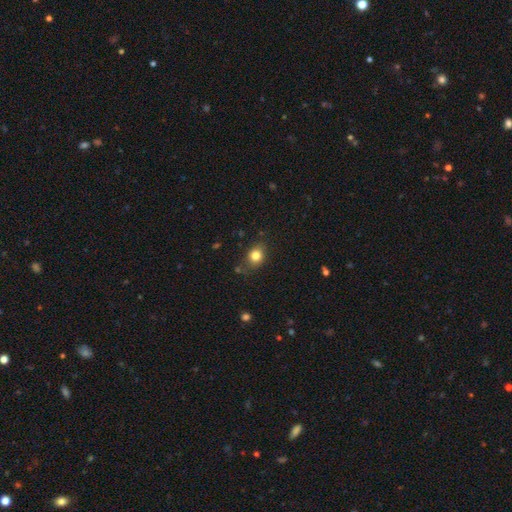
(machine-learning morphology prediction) This appears to be a smooth galaxy with no disk features (82%) that is round (52%). Merging: none (77%).